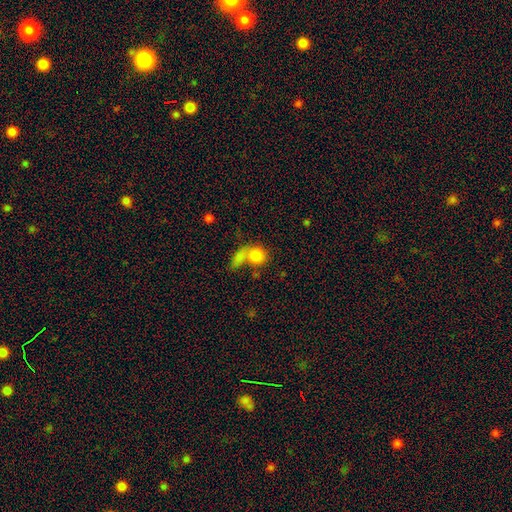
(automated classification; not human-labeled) Smooth or featured? Predicted: smooth (p=0.81). How rounded? Predicted: round (p=0.79). Merging? Predicted: merger (p=0.47).